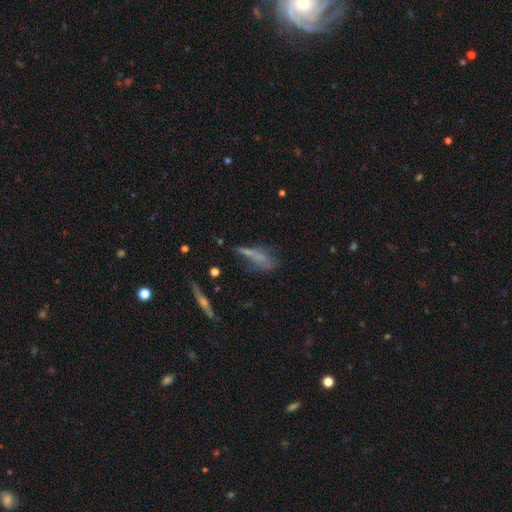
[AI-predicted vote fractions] Overall: smooth (51%; featured or disk 33%). How rounded: cigar-shaped (56%; in between 39%). Merging: none (39%; minor disturbance 27%).